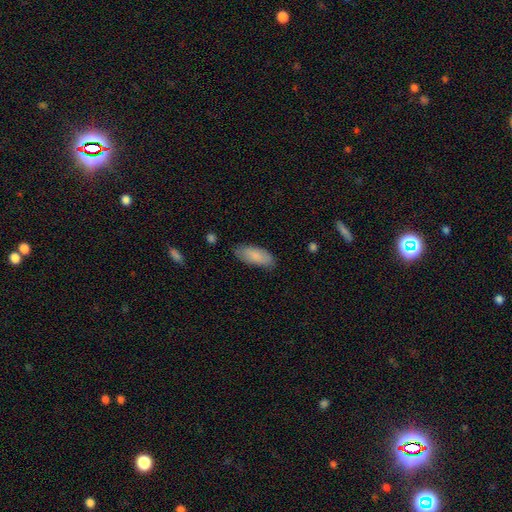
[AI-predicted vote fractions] smooth_or_featured: smooth (p=0.84) [alt: featured or disk p=0.10]
how_rounded: in between (p=0.79) [alt: cigar-shaped p=0.19]
merging: none (p=0.80) [alt: minor disturbance p=0.16]